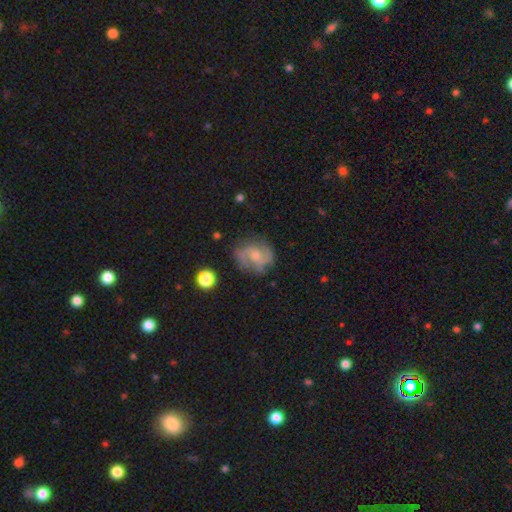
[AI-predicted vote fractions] Q: Smooth or featured?
A: featured or disk (73%); runner-up: smooth (19%)
Q: Edge-on disk?
A: no (98%); runner-up: yes (2%)
Q: Bar?
A: no (57%); runner-up: weak (37%)
Q: Spiral arms?
A: yes (92%); runner-up: no (8%)
Q: Spiral winding?
A: medium (51%); runner-up: tight (26%)
Q: Spiral arm count?
A: 2 (77%); runner-up: can't tell (10%)
Q: Bulge size?
A: moderate (41%); runner-up: small (39%)
Q: Merging?
A: none (71%); runner-up: minor disturbance (19%)